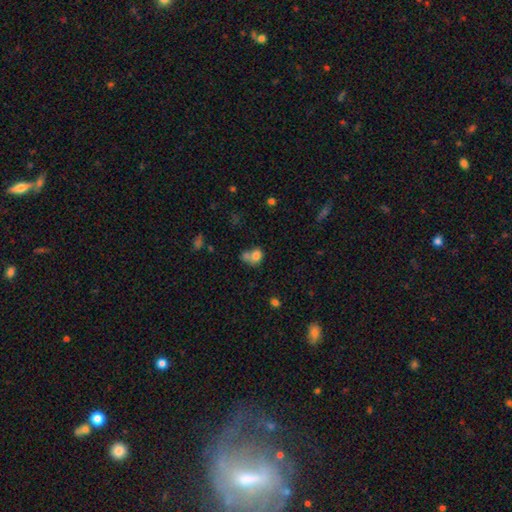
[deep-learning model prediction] A smooth galaxy with no disk features (77%) that is round (50%).

Vote fractions:
- Smooth or featured? smooth: 77% / featured or disk: 12% / star or artifact: 12%
- How rounded? round: 50% / in between: 49% / cigar-shaped: 1%
- Merging? merger: 49% / none: 30% / minor disturbance: 14% / major disturbance: 8%